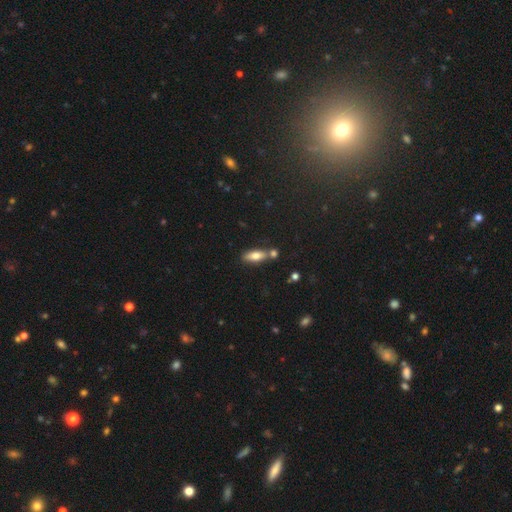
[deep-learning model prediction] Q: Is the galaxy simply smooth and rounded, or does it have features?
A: smooth — 74%.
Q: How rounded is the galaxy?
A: in between — 65%.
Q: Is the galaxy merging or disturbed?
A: none — 64%.